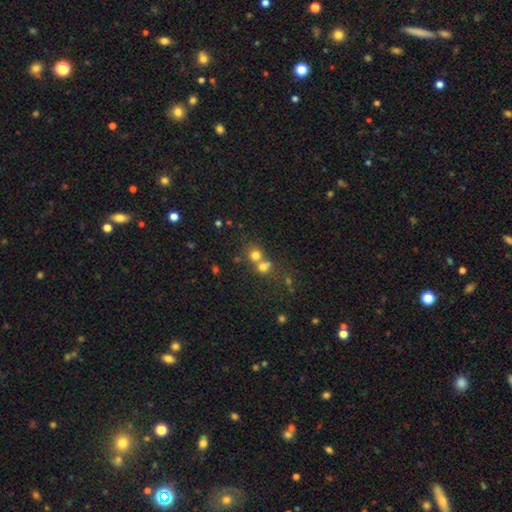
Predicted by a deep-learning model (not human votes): The model was most divided on "merging": merger: 51%, none: 40%, minor disturbance: 6%, major disturbance: 3%. More confident: how rounded — round (84%); smooth or featured — smooth (70%).